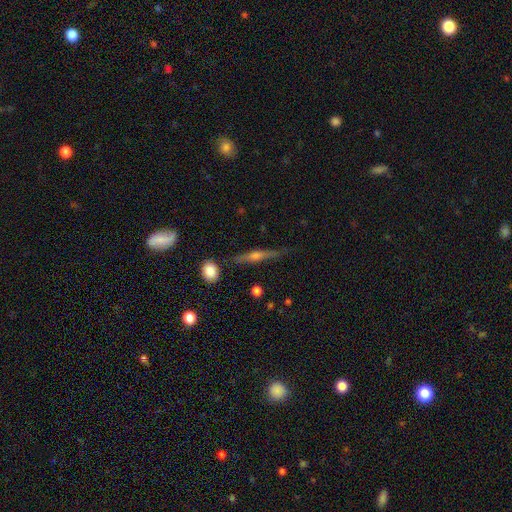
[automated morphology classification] Smooth or featured?
  - featured or disk: 64% *
  - smooth: 27%
  - star or artifact: 8%
Edge-on disk?
  - yes: 96% *
  - no: 4%
Edge-on bulge?
  - rounded: 84% *
  - none: 9%
  - boxy: 8%
Merging?
  - none: 81% *
  - minor disturbance: 13%
  - major disturbance: 3%
  - merger: 2%